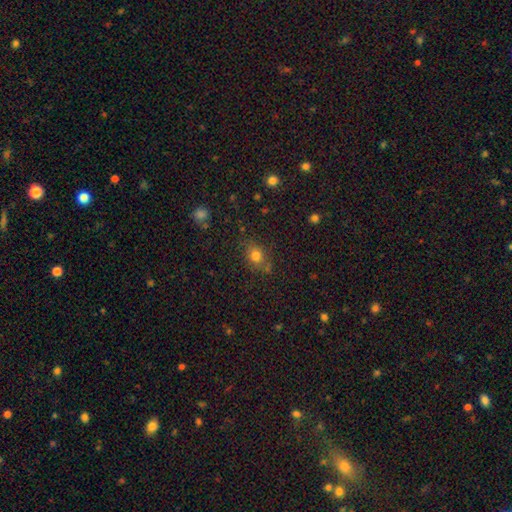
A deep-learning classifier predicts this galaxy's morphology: Smooth or featured: smooth — 76% (star or artifact — 15%)
How rounded: round — 58% (in between — 41%)
Merging: none — 74% (minor disturbance — 16%)